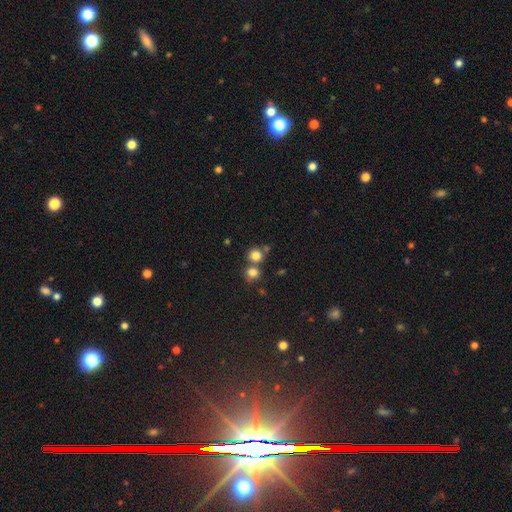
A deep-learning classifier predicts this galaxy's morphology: Overall: smooth (80%). How rounded: round (88%). Merging: none (61%; merger 29%).